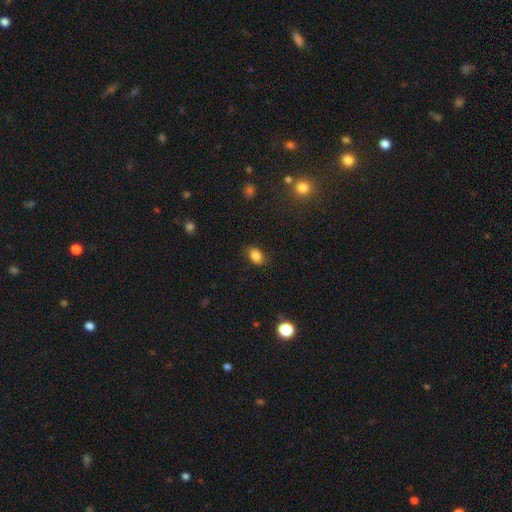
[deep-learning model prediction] smooth 85%, star or artifact 10%, featured or disk 5%. Down the decision tree: how rounded — in between (75%); merging — none (80%).